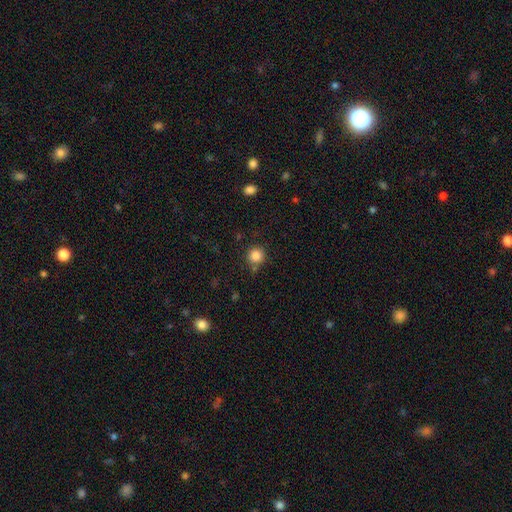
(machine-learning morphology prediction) Smooth or featured?
  - smooth: 85% *
  - star or artifact: 11%
  - featured or disk: 4%
How rounded?
  - round: 93% *
  - in between: 6%
  - cigar-shaped: 1%
Merging?
  - none: 78% *
  - minor disturbance: 11%
  - merger: 7%
  - major disturbance: 3%